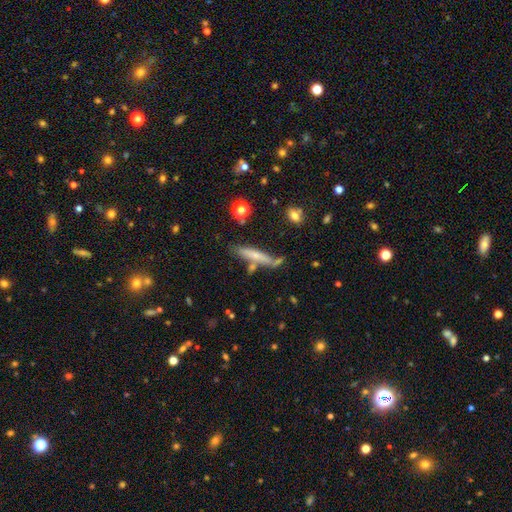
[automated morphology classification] This appears to be a smooth galaxy with no disk features (52%) that is cigar-shaped (89%). Merging: none (66%).